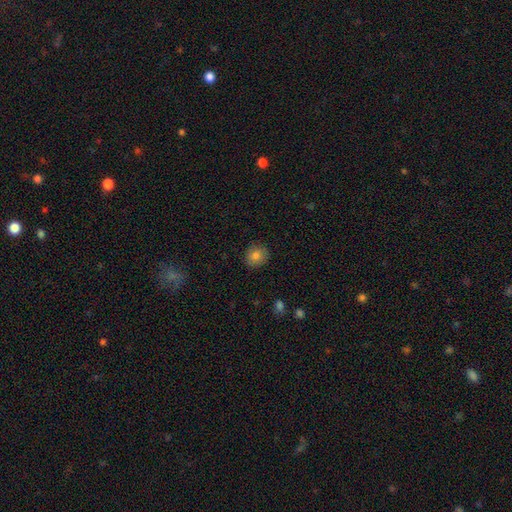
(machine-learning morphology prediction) Smooth or featured? smooth (81%)
How rounded? round (81%)
Merging? none (87%)